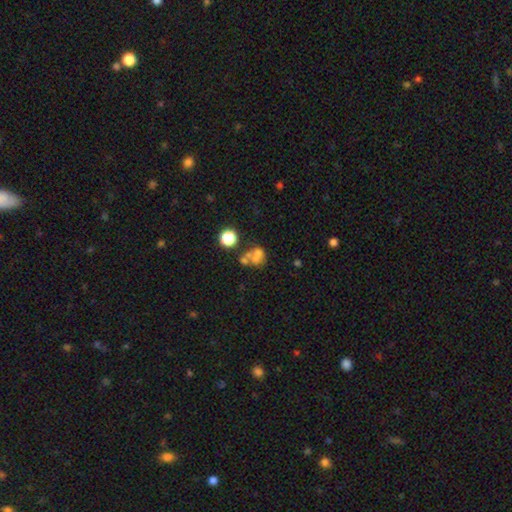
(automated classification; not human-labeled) The model was most divided on "merging": merger: 49%, none: 31%, minor disturbance: 10%, major disturbance: 10%. More confident: how rounded — round (65%); smooth or featured — smooth (53%).